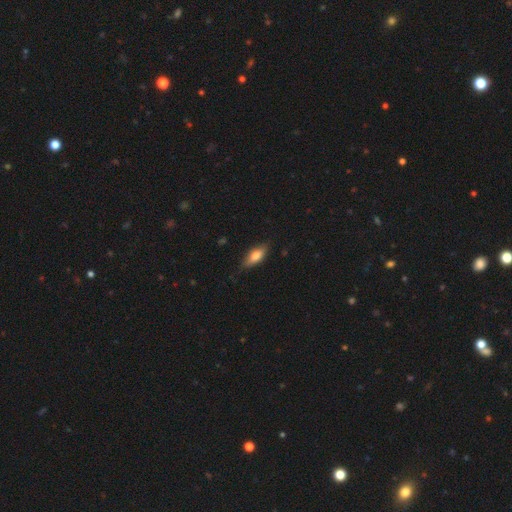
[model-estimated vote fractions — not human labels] Q: Smooth or featured?
A: smooth (74%); runner-up: featured or disk (19%)
Q: How rounded?
A: in between (74%); runner-up: cigar-shaped (23%)
Q: Merging?
A: none (79%); runner-up: minor disturbance (17%)